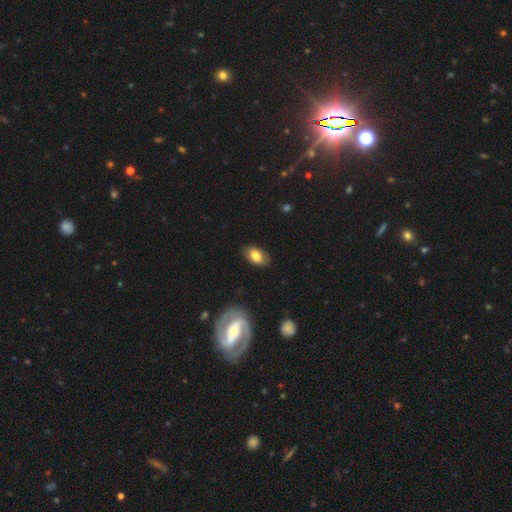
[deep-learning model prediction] Morphology: type=smooth (76%); roundness=in between (91%); merging=none (82%).